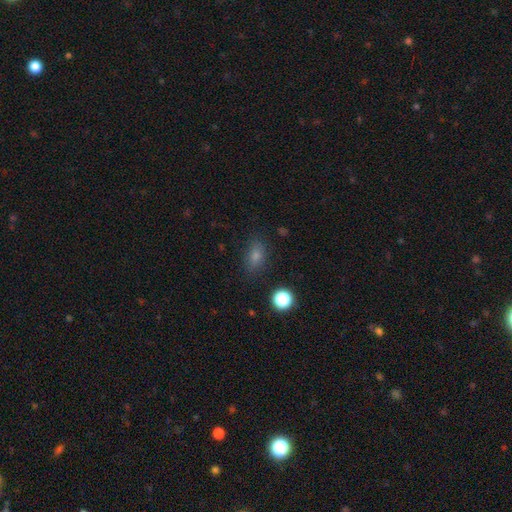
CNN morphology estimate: Overall: smooth (69%). How rounded: in between (76%). Merging: none (82%).